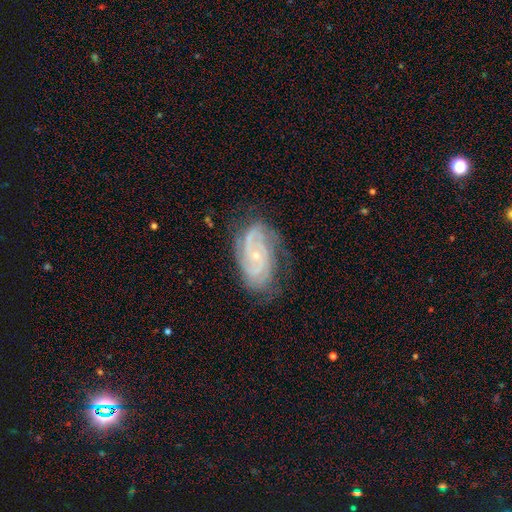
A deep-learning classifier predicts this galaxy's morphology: Q: Smooth or featured?
A: featured or disk (86%); runner-up: smooth (8%)
Q: Edge-on disk?
A: no (96%); runner-up: yes (4%)
Q: Bar?
A: no (68%); runner-up: weak (26%)
Q: Spiral arms?
A: yes (97%); runner-up: no (3%)
Q: Spiral winding?
A: tight (62%); runner-up: medium (31%)
Q: Spiral arm count?
A: 2 (35%); runner-up: 3 (24%)
Q: Bulge size?
A: small (79%); runner-up: moderate (17%)
Q: Merging?
A: none (72%); runner-up: minor disturbance (20%)